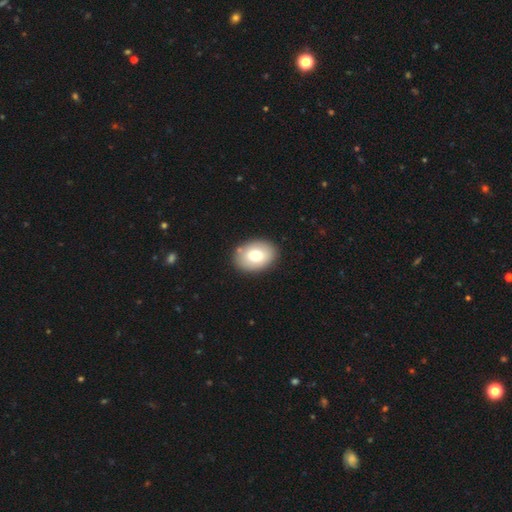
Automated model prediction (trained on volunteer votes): Overall: smooth (74%). How rounded: in between (75%). Merging: none (86%).